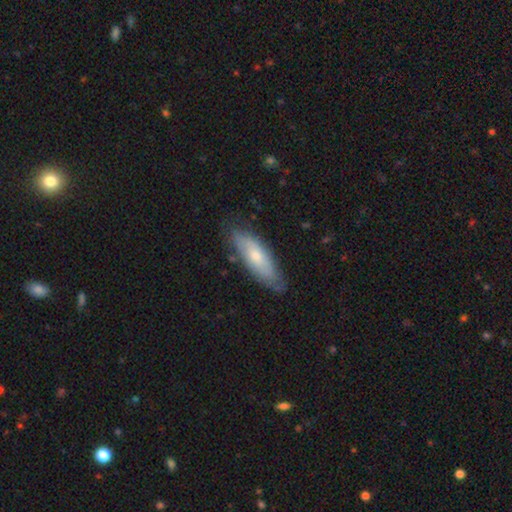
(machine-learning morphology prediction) type=smooth (56%); roundness=in between (55%); merging=none (73%).